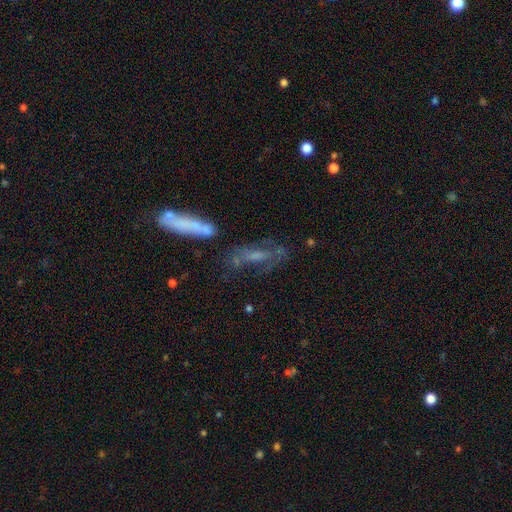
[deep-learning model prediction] Smooth or featured? featured or disk (45%)
Merging? none (43%)